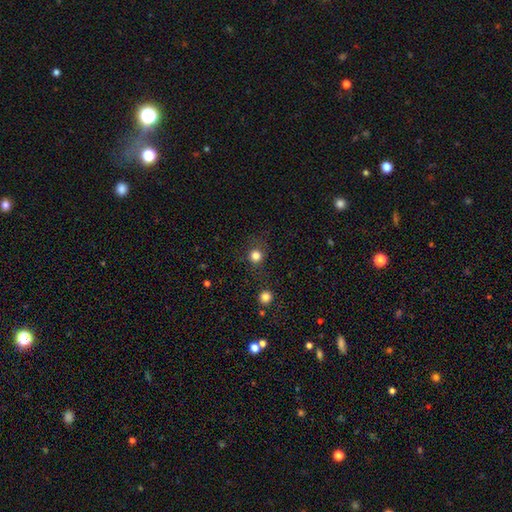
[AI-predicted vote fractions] smooth 80%, star or artifact 15%, featured or disk 5%. Down the decision tree: how rounded — round (91%); merging — none (81%).